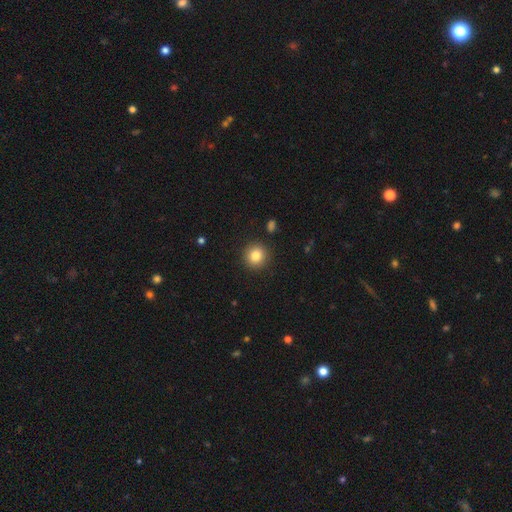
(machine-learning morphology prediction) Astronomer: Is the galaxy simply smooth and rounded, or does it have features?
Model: smooth — 83%.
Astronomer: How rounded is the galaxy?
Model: round — 93%.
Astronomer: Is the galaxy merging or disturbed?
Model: none — 91%.